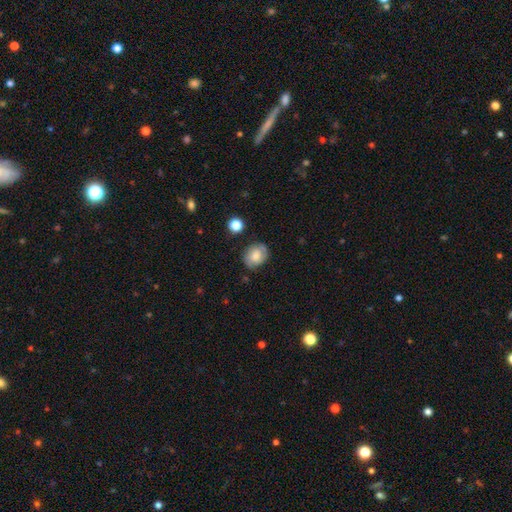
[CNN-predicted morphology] The model was most divided on "how rounded": round: 51%, in between: 48%, cigar-shaped: 1%. More confident: merging — none (73%); smooth or featured — smooth (63%).